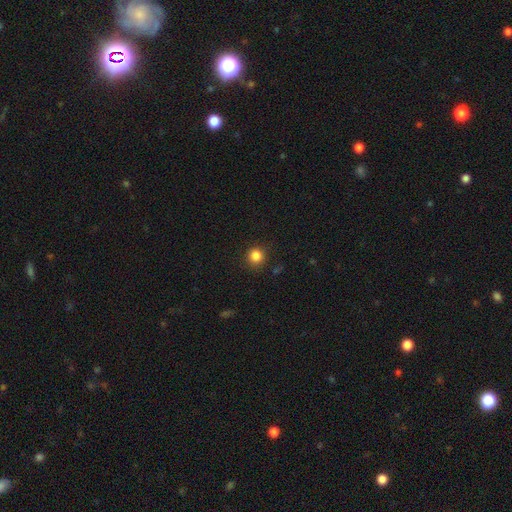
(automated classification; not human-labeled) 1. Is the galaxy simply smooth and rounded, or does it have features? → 85% smooth, 12% star or artifact, 4% featured or disk.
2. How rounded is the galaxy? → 93% round, 7% in between, 1% cigar-shaped.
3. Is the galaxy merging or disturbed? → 89% none, 7% minor disturbance, 2% major disturbance, 1% merger.